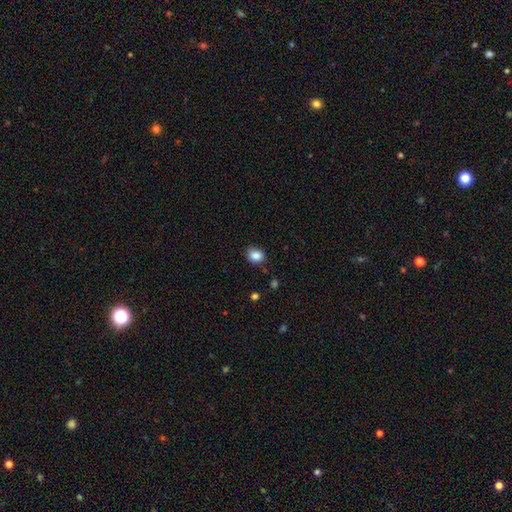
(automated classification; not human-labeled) A smooth galaxy with no disk features (86%) that is round (55%).

Vote fractions:
- Smooth or featured? smooth: 86% / star or artifact: 10% / featured or disk: 4%
- How rounded? round: 55% / in between: 44% / cigar-shaped: 1%
- Merging? none: 82% / minor disturbance: 13% / major disturbance: 3% / merger: 2%